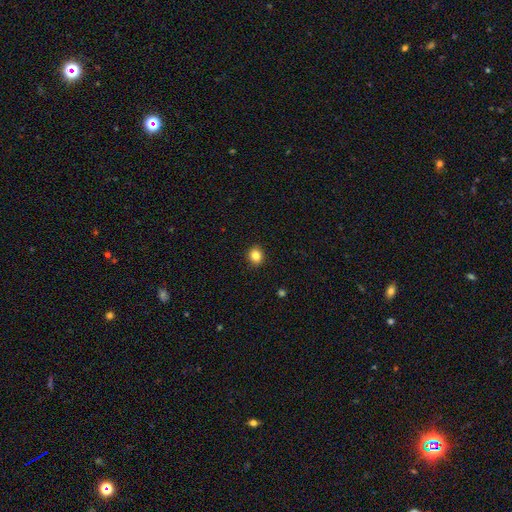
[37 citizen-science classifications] A smooth galaxy with no disk features (84%) that is round (87%).

Vote fractions:
- Smooth or featured? smooth: 84% / featured or disk: 11% / star or artifact: 5%
- How rounded? round: 87% / in between: 13% / cigar-shaped: 0%
- Merging? none: 86% / minor disturbance: 6% / merger: 6% / major disturbance: 3%